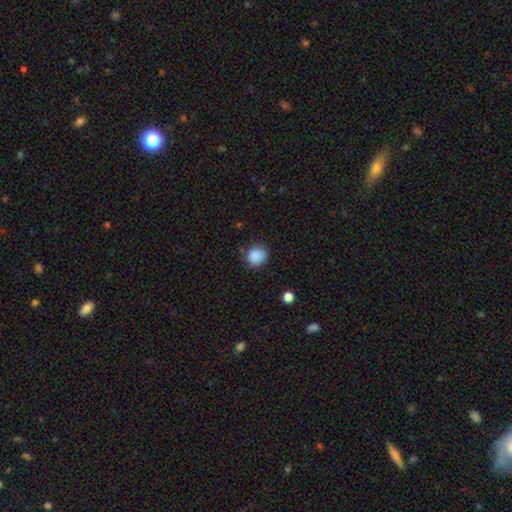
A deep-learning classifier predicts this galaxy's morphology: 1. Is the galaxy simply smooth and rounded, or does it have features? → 87% smooth, 9% star or artifact, 3% featured or disk.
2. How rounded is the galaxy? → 80% round, 19% in between, 1% cigar-shaped.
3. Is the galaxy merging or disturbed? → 81% none, 14% minor disturbance, 3% major disturbance, 2% merger.